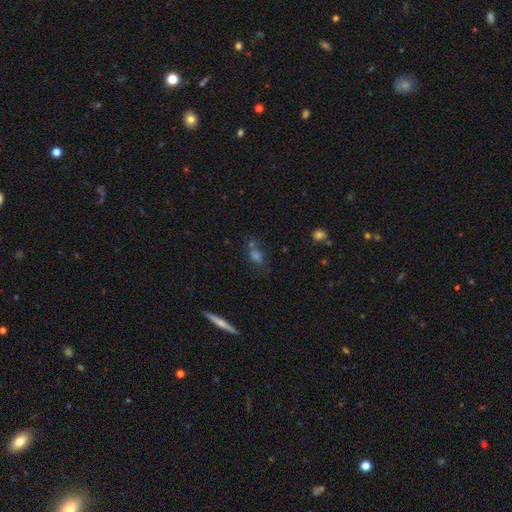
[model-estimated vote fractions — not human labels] Smooth or featured: smooth — 50% (featured or disk — 26%)
How rounded: in between — 56% (round — 28%)
Merging: none — 60% (merger — 18%)